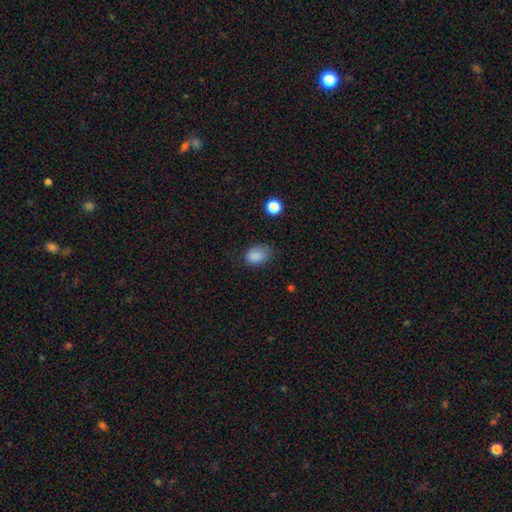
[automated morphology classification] Overall: smooth (85%). How rounded: in between (77%). Merging: none (63%; minor disturbance 28%).